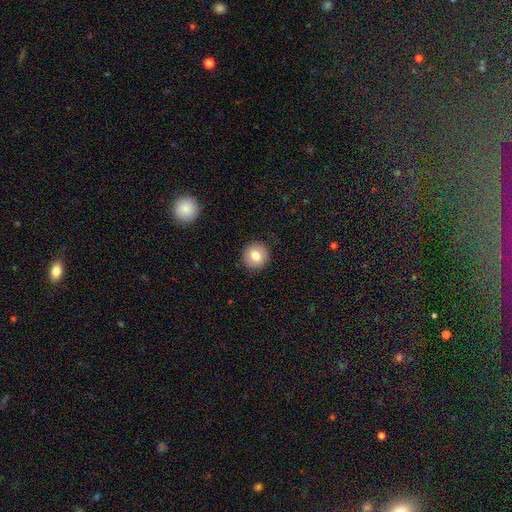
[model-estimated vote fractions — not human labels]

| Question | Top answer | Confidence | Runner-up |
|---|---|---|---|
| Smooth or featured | smooth | 82% | featured or disk (9%) |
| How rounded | round | 94% | in between (5%) |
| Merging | none | 91% | minor disturbance (6%) |